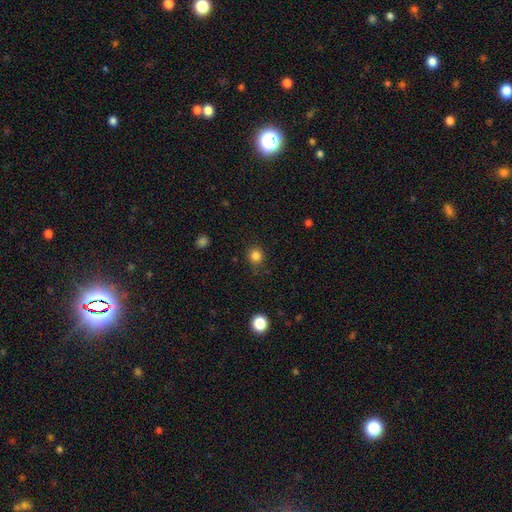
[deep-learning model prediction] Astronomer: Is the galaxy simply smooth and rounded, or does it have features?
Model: smooth — 83%.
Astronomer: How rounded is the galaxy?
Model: round — 89%.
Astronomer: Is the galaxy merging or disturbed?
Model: none — 84%.